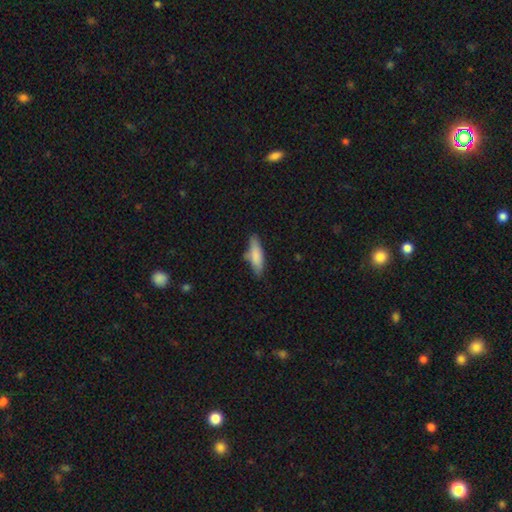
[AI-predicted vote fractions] A smooth galaxy with no disk features (80%) that is cigar-shaped (53%). Merging: none (69%).